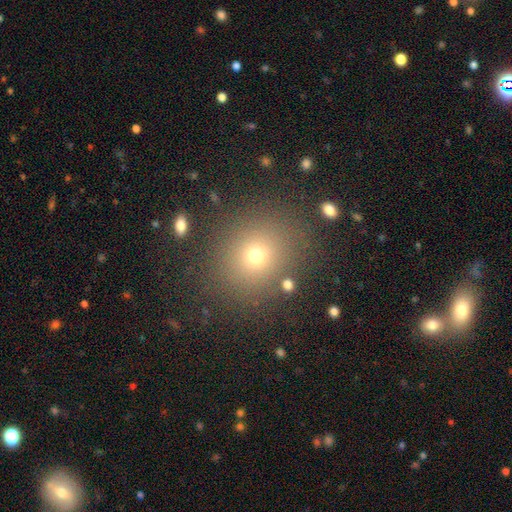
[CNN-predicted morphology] A smooth galaxy with no disk features (66%) that is round (75%). Merging: none (85%).